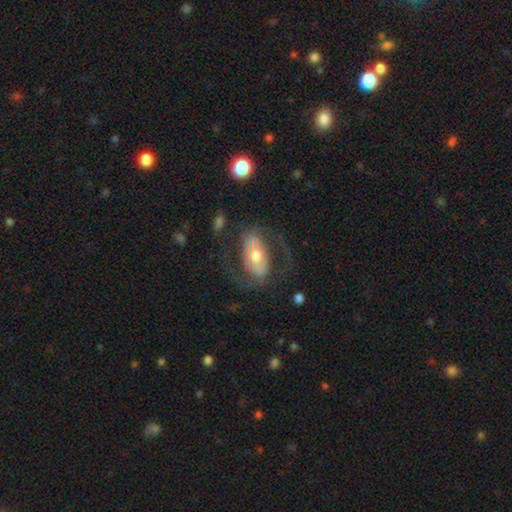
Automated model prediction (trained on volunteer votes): smooth-or-featured: featured or disk: 71% | smooth: 23% | star or artifact: 6%
  disk-edge-on: no: 93% | yes: 7%
    bar: strong: 36% | weak: 34% | no: 30%
    has-spiral-arms: yes: 76% | no: 24%
      spiral-winding: medium: 46% | loose: 37% | tight: 17%
      spiral-arm-count: 2: 84% | can't tell: 8% | 1: 4% | 3: 2% | 4: 1% | more than 4: 1%
    bulge-size: moderate: 68% | small: 20% | large: 9% | dominant: 1% | none: 1%
  merging: none: 60% | major disturbance: 22% | minor disturbance: 16% | merger: 2%